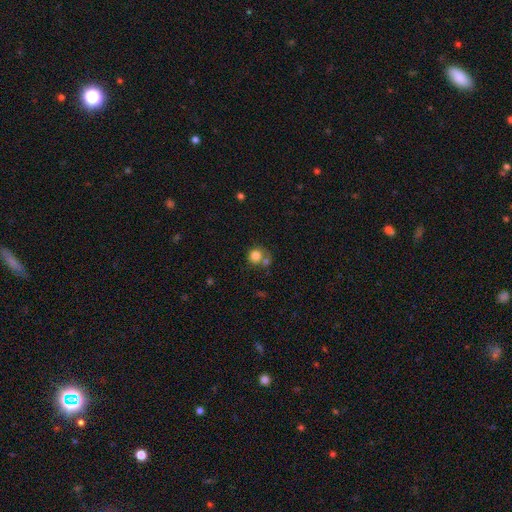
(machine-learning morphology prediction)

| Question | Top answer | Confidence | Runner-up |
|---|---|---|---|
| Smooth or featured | smooth | 80% | star or artifact (11%) |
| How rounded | round | 88% | in between (12%) |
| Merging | none | 53% | merger (30%) |